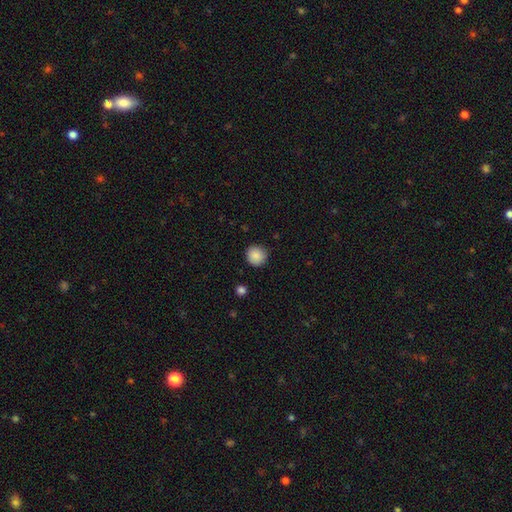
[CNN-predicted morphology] smooth 88%, star or artifact 8%, featured or disk 3%. Down the decision tree: how rounded — round (93%); merging — none (89%).